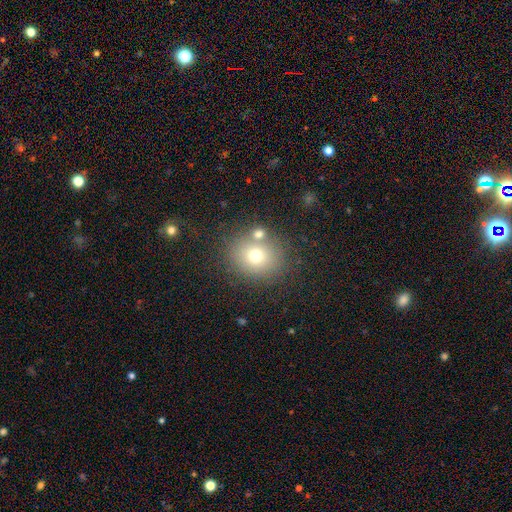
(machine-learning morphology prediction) smooth-or-featured: smooth: 70% | star or artifact: 16% | featured or disk: 14%
  how-rounded: round: 75% | in between: 24% | cigar-shaped: 1%
  merging: none: 74% | merger: 13% | minor disturbance: 10% | major disturbance: 4%